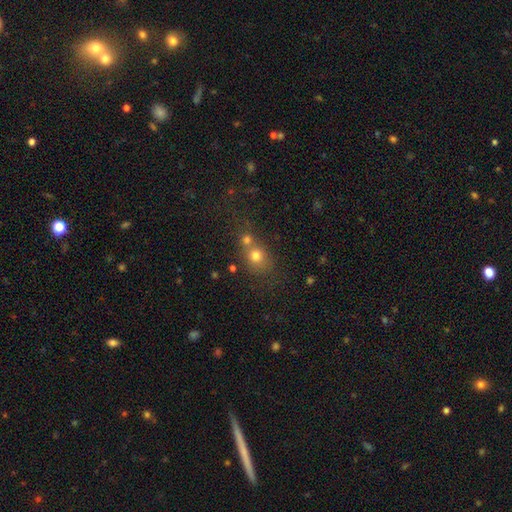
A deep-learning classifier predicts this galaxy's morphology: smooth-or-featured: smooth: 70% | star or artifact: 17% | featured or disk: 13%
  how-rounded: round: 74% | in between: 25% | cigar-shaped: 1%
  merging: merger: 48% | none: 39% | minor disturbance: 8% | major disturbance: 4%